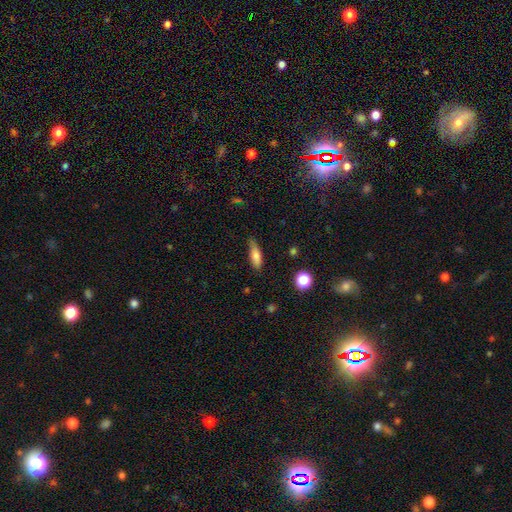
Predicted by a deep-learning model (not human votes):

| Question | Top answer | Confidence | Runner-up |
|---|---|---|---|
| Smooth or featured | smooth | 76% | featured or disk (16%) |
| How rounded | in between | 53% | cigar-shaped (44%) |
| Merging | none | 66% | minor disturbance (26%) |